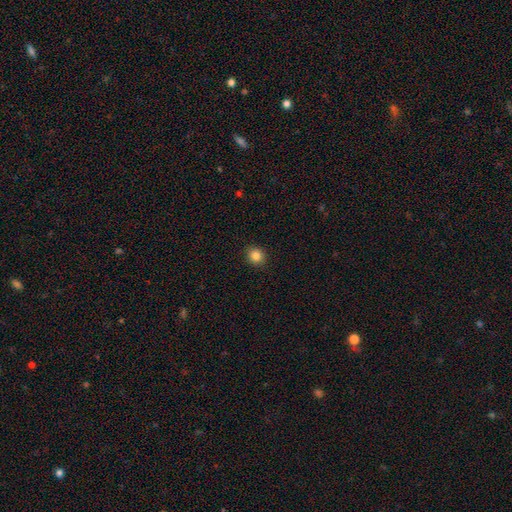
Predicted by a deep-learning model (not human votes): smooth-or-featured: smooth: 85% | star or artifact: 11% | featured or disk: 4%
  how-rounded: round: 87% | in between: 12% | cigar-shaped: 1%
  merging: none: 92% | minor disturbance: 6% | major disturbance: 2% | merger: 1%